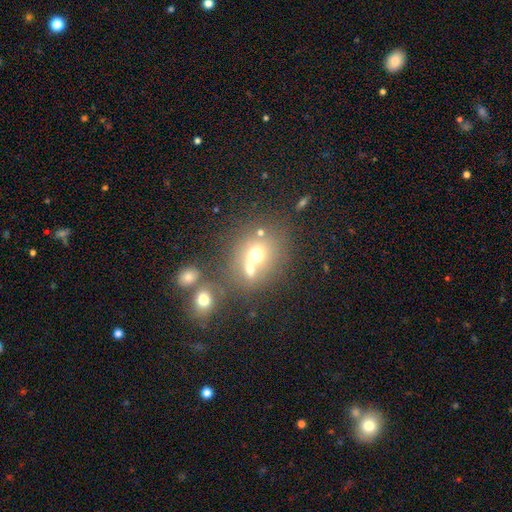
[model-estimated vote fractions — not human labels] The model was most divided on "merging": merger: 50%, none: 36%, minor disturbance: 8%, major disturbance: 6%. More confident: how rounded — round (68%); smooth or featured — smooth (63%).